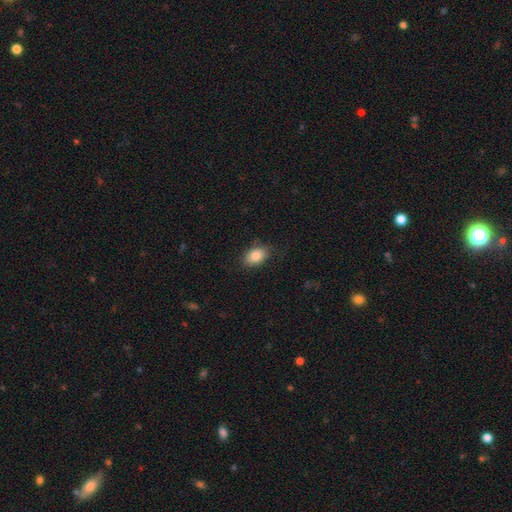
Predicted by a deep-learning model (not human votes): Q: Smooth or featured?
A: smooth (85%); runner-up: featured or disk (8%)
Q: How rounded?
A: in between (86%); runner-up: round (12%)
Q: Merging?
A: none (78%); runner-up: minor disturbance (16%)